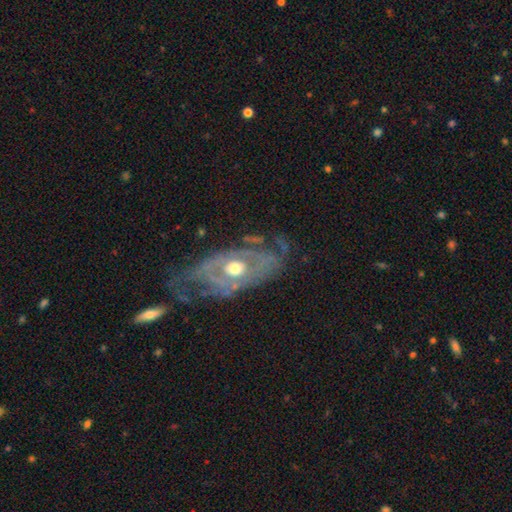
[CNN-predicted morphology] This appears to be a featured or disk galaxy (84%) with no bar (77%), tight (60%) spiral arms (76%) and a moderate central bulge (75%). Merging: none (52%).